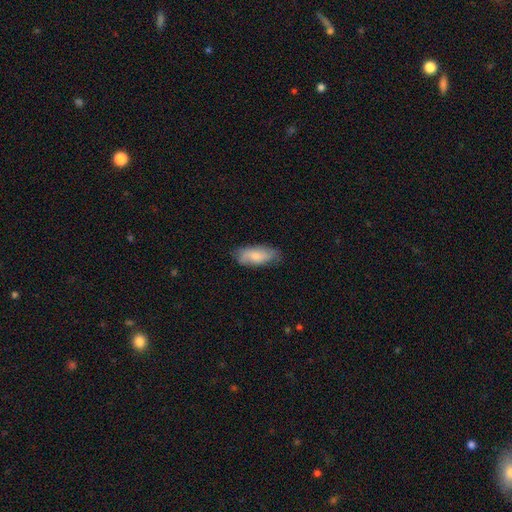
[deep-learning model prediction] Smooth or featured? smooth (65%)
How rounded? in between (85%)
Merging? none (73%)